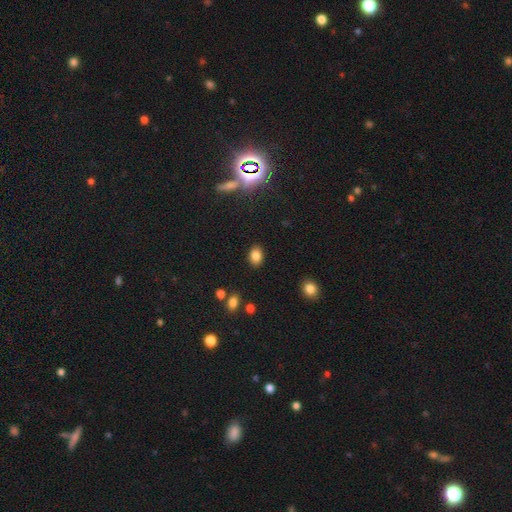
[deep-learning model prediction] Overall: smooth (83%). How rounded: in between (72%). Merging: none (87%).